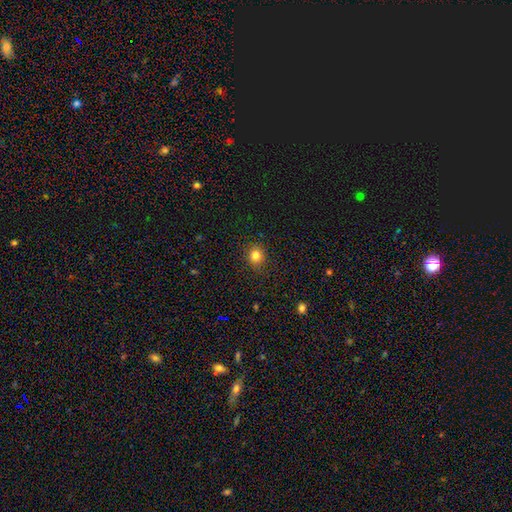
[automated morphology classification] This appears to be a smooth galaxy with no disk features (82%) that is round (85%). Merging: none (89%).